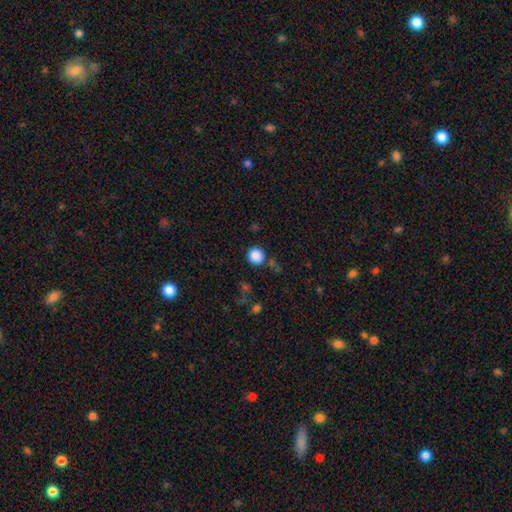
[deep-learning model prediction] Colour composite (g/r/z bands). It shows a smooth galaxy with no disk features (86%) that is round (93%). Merging: none (80%).